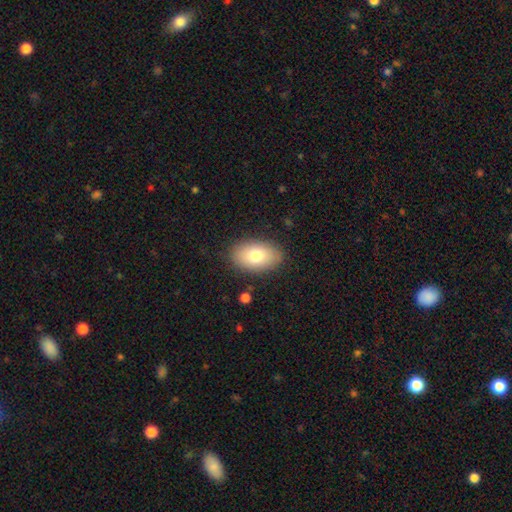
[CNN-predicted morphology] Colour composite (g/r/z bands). It shows a smooth galaxy with no disk features (77%) that is in between round and cigar-shaped (91%). Merging: none (86%).